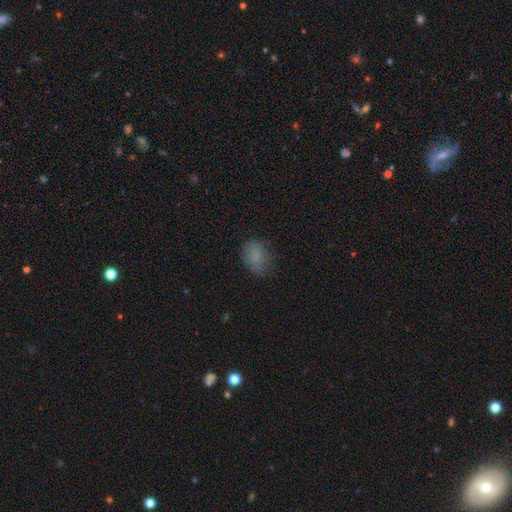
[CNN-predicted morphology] Smooth or featured? Predicted: smooth (p=0.81). How rounded? Predicted: in between (p=0.74). Merging? Predicted: none (p=0.71).